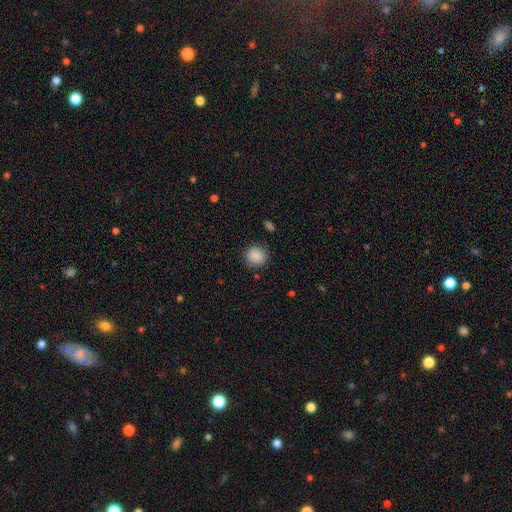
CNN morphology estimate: This is clearly a smooth galaxy (88%). How rounded: clearly round (89%). Merging: clearly none (86%).